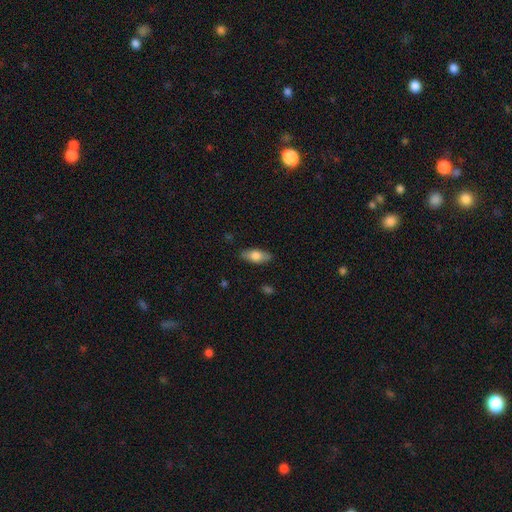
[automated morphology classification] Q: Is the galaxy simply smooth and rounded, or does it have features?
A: smooth — 74%.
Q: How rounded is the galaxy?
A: in between — 84%.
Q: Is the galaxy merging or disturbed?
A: none — 85%.